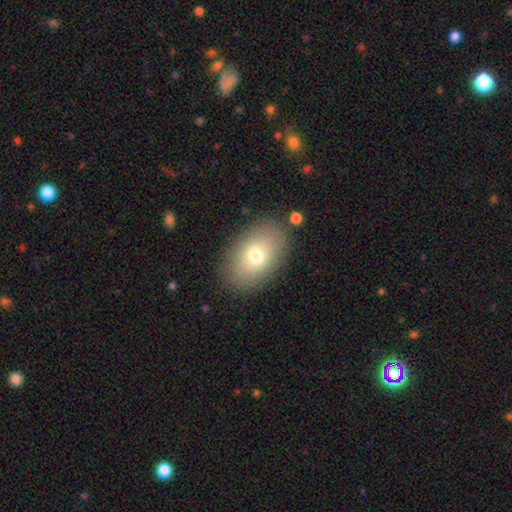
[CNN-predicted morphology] Smooth or featured: smooth — 73% (featured or disk — 18%)
How rounded: in between — 88% (round — 11%)
Merging: none — 84% (minor disturbance — 10%)